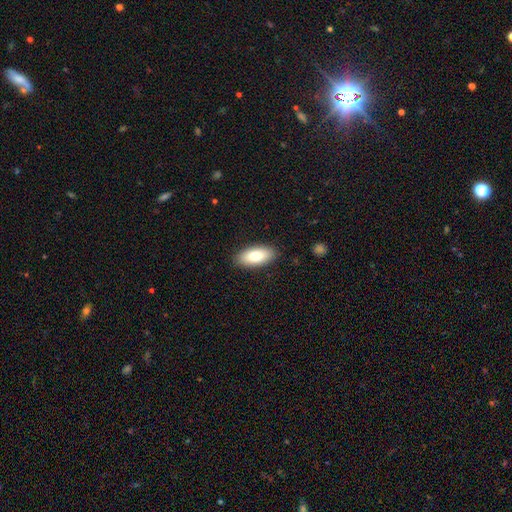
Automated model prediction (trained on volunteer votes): smooth_or_featured: smooth (p=0.81) [alt: featured or disk p=0.13]
how_rounded: in between (p=0.89) [alt: cigar-shaped p=0.09]
merging: none (p=0.88) [alt: minor disturbance p=0.09]